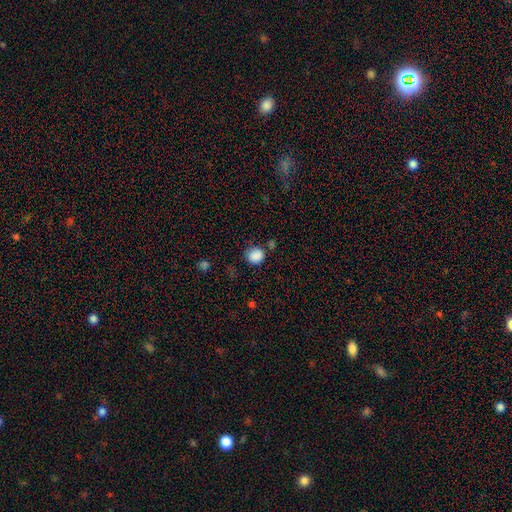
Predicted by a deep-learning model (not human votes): The model was most divided on "merging": none: 75%, minor disturbance: 15%, merger: 5%, major disturbance: 5%. More confident: smooth or featured — smooth (87%); how rounded — round (80%).